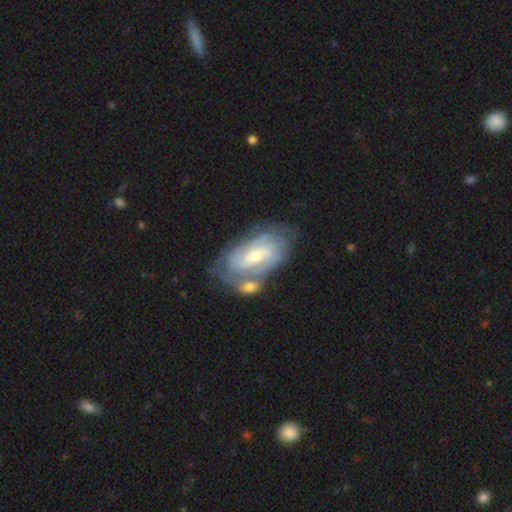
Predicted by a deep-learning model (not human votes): smooth_or_featured: featured or disk (p=0.78) [alt: smooth p=0.16]
disk_edge_on: no (p=0.94) [alt: yes p=0.06]
bar: weak (p=0.43) [alt: no p=0.40]
has_spiral_arms: yes (p=0.90) [alt: no p=0.10]
spiral_winding: tight (p=0.63) [alt: medium p=0.29]
spiral_arm_count: can't tell (p=0.41) [alt: 2 p=0.33]
bulge_size: small (p=0.58) [alt: moderate p=0.38]
merging: none (p=0.49) [alt: merger p=0.27]